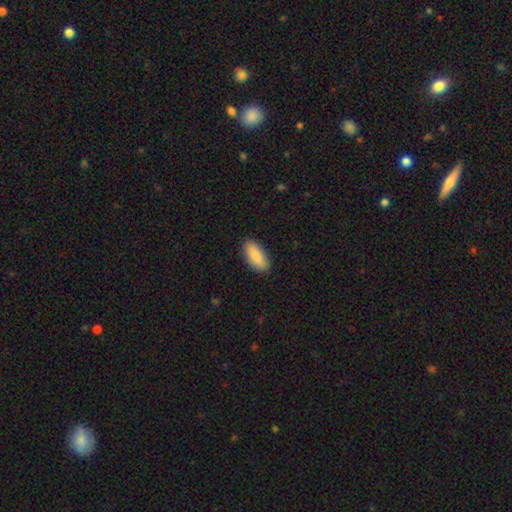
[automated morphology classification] smooth 86%, featured or disk 8%, star or artifact 6%. Down the decision tree: how rounded — in between (81%); merging — none (88%).